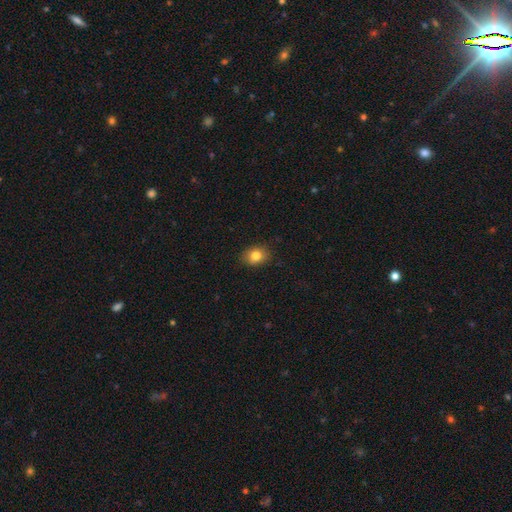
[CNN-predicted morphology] smooth 82%, star or artifact 10%, featured or disk 8%. Down the decision tree: how rounded — in between (53%); merging — none (87%).